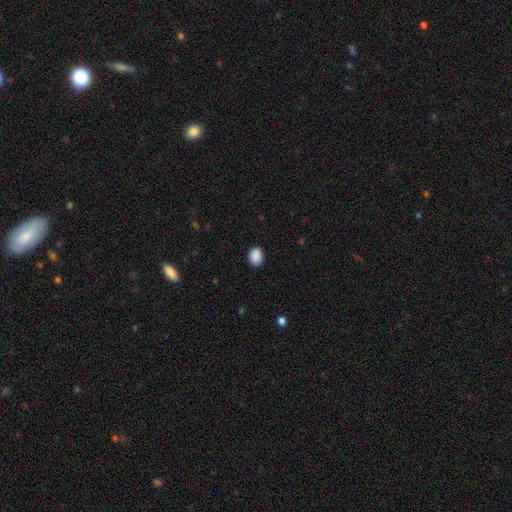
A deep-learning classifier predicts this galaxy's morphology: Smooth or featured: smooth — 90% (star or artifact — 8%)
How rounded: in between — 61% (round — 38%)
Merging: none — 88% (minor disturbance — 9%)